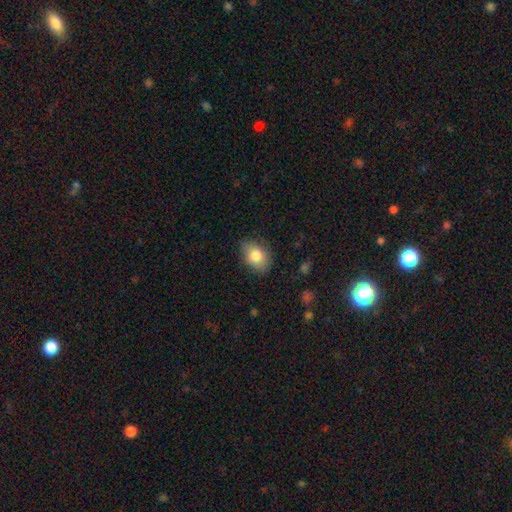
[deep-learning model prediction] Smooth or featured: smooth — 81% (featured or disk — 11%)
How rounded: in between — 73% (round — 26%)
Merging: none — 75% (minor disturbance — 20%)